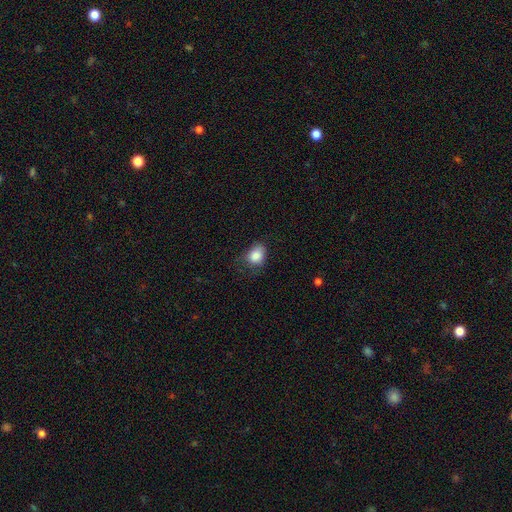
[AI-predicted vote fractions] This appears to be a smooth galaxy with no disk features (85%) that is in between round and cigar-shaped (52%). Merging: none (56%).